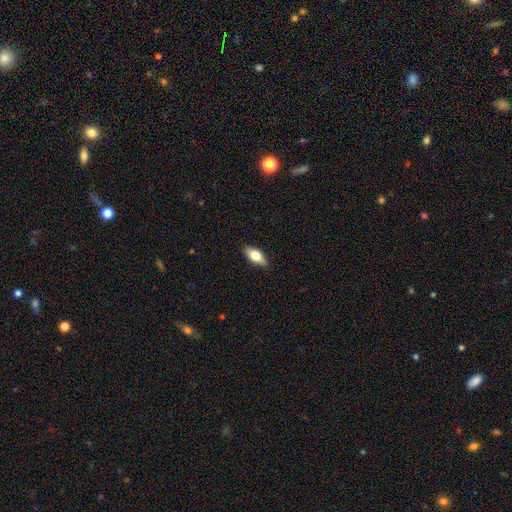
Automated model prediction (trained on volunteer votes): A smooth galaxy with no disk features (66%) that is in between round and cigar-shaped (83%).

Vote fractions:
- Smooth or featured? smooth: 66% / featured or disk: 27% / star or artifact: 7%
- How rounded? in between: 83% / cigar-shaped: 13% / round: 4%
- Merging? none: 88% / minor disturbance: 9% / major disturbance: 2% / merger: 1%